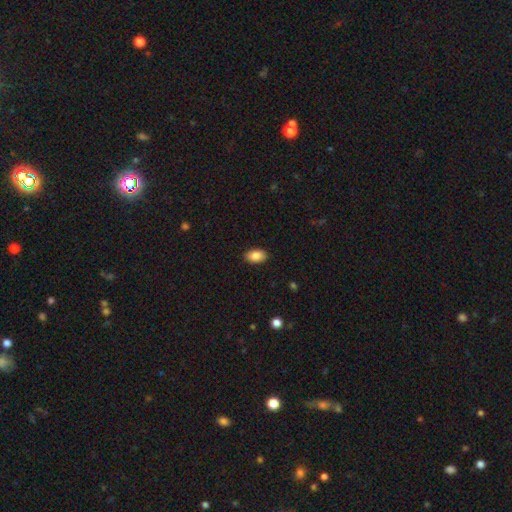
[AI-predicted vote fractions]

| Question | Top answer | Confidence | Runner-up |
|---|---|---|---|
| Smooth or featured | smooth | 87% | star or artifact (7%) |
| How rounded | in between | 92% | round (6%) |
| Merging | none | 89% | minor disturbance (8%) |